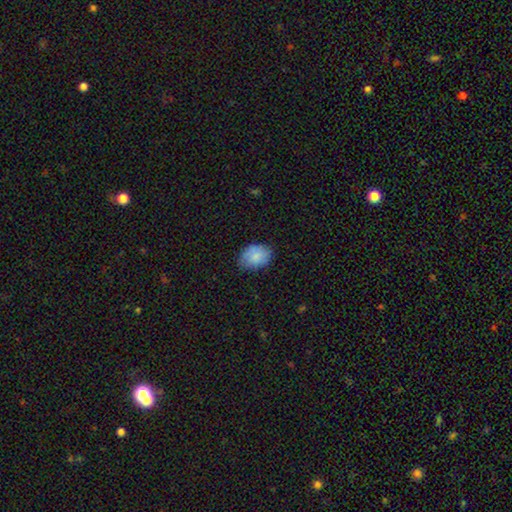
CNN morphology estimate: Overall: smooth (83%). How rounded: in between (75%). Merging: none (72%).